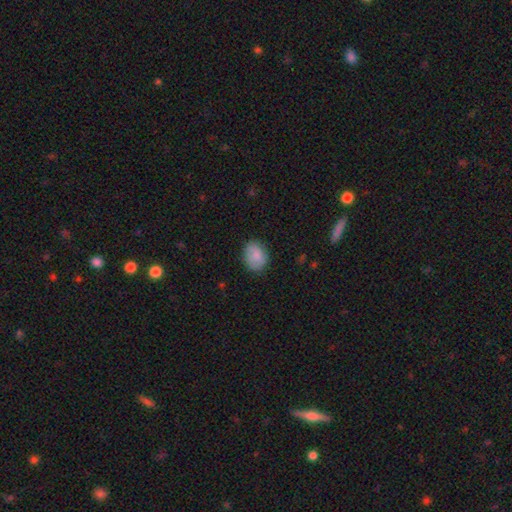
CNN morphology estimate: Smooth or featured? Predicted: smooth (p=0.84). How rounded? Predicted: in between (p=0.64). Merging? Predicted: none (p=0.82).